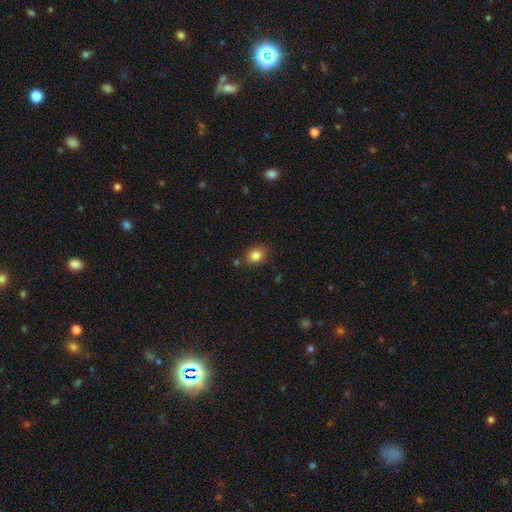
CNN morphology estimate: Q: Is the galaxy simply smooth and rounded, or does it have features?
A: smooth — 84%.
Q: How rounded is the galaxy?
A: in between — 62%.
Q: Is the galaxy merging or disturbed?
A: none — 80%.